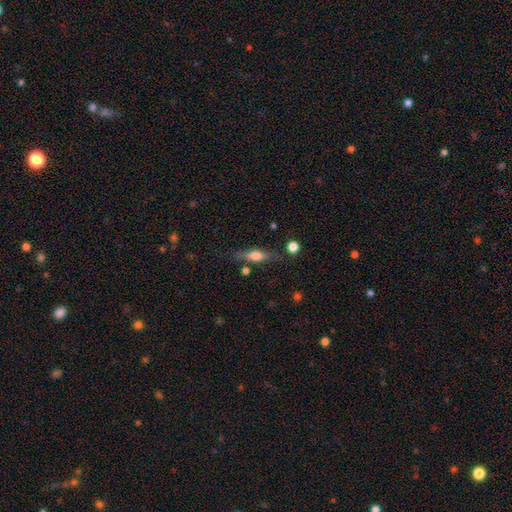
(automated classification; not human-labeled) smooth_or_featured: smooth (p=0.51) [alt: featured or disk p=0.41]
how_rounded: cigar-shaped (p=0.57) [alt: in between p=0.38]
merging: none (p=0.72) [alt: minor disturbance p=0.17]